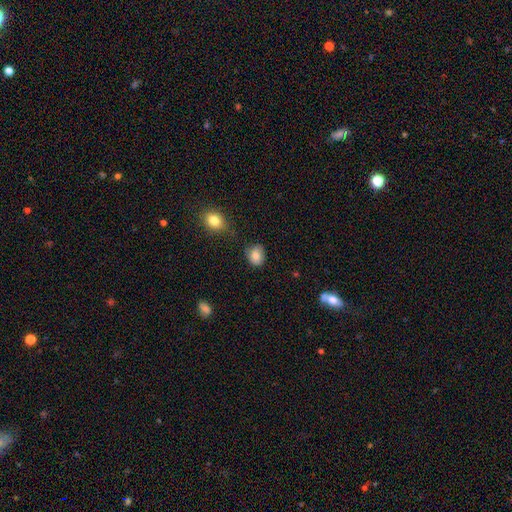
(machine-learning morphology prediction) smooth 83%, star or artifact 9%, featured or disk 8%. Down the decision tree: how rounded — round (57%); merging — none (72%).